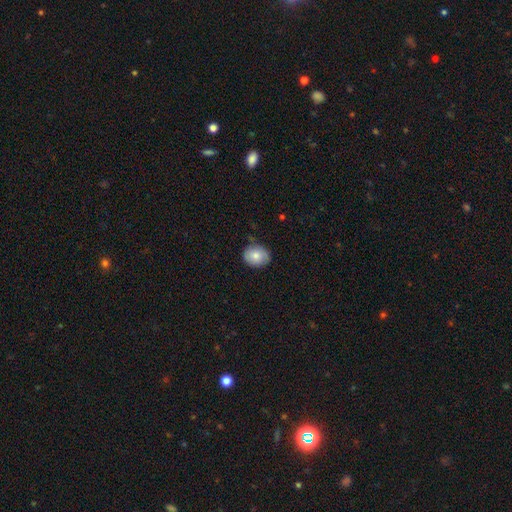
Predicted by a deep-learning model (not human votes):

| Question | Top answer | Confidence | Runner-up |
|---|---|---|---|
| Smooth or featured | smooth | 78% | featured or disk (15%) |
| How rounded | round | 57% | in between (42%) |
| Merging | none | 77% | minor disturbance (19%) |